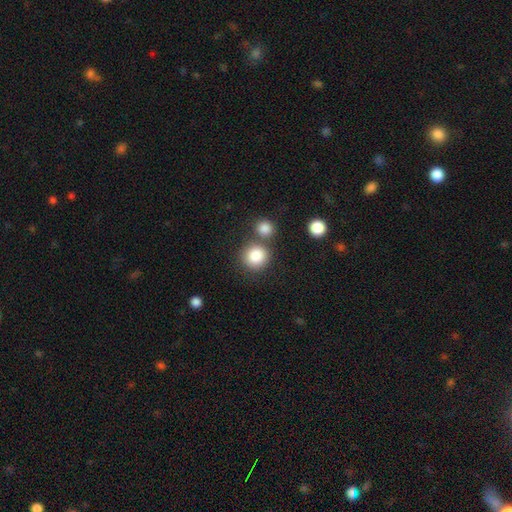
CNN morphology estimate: Smooth or featured?
  - smooth: 85% *
  - star or artifact: 9%
  - featured or disk: 5%
How rounded?
  - round: 89% *
  - in between: 10%
  - cigar-shaped: 1%
Merging?
  - none: 66% *
  - merger: 22%
  - minor disturbance: 9%
  - major disturbance: 4%